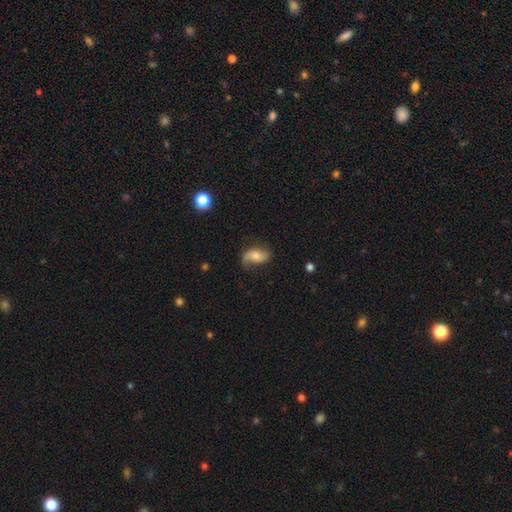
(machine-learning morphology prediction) Q: Smooth or featured?
A: featured or disk (56%); runner-up: smooth (36%)
Q: Edge-on disk?
A: no (94%); runner-up: yes (6%)
Q: Bar?
A: no (64%); runner-up: weak (26%)
Q: Spiral arms?
A: yes (88%); runner-up: no (12%)
Q: Bulge size?
A: moderate (54%); runner-up: small (35%)
Q: Merging?
A: none (63%); runner-up: minor disturbance (25%)